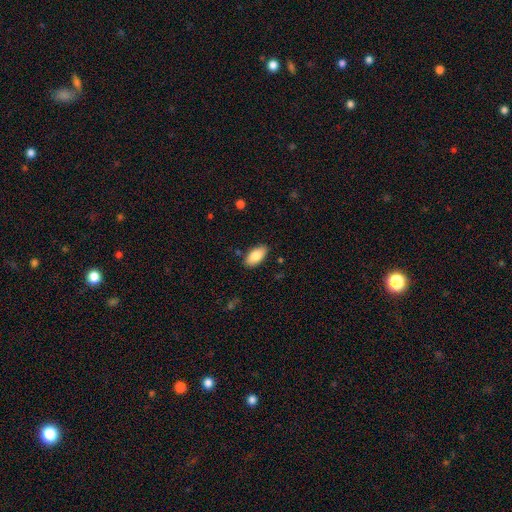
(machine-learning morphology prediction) A smooth galaxy with no disk features (83%) that is in between round and cigar-shaped (93%). Merging: none (86%).